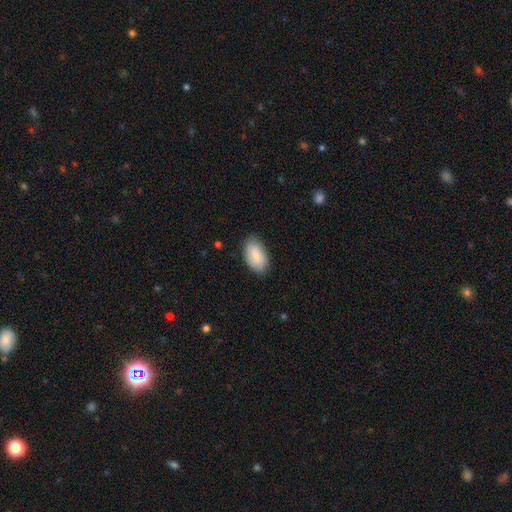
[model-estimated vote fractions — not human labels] The model was most divided on "merging": none: 81%, minor disturbance: 16%, major disturbance: 3%, merger: 1%. More confident: how rounded — in between (95%); smooth or featured — smooth (81%).